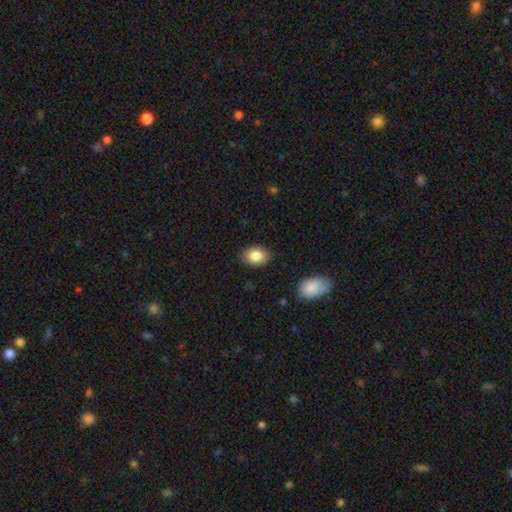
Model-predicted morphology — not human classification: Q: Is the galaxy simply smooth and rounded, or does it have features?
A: smooth — 84%.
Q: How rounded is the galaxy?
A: in between — 79%.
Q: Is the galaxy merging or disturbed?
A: none — 87%.